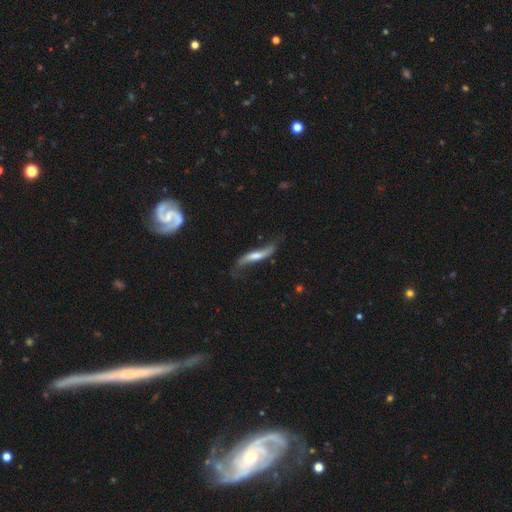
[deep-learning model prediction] smooth-or-featured: featured or disk: 66% | smooth: 28% | star or artifact: 6%
  disk-edge-on: no: 59% | yes: 41%
  merging: none: 52% | minor disturbance: 26% | major disturbance: 18% | merger: 4%